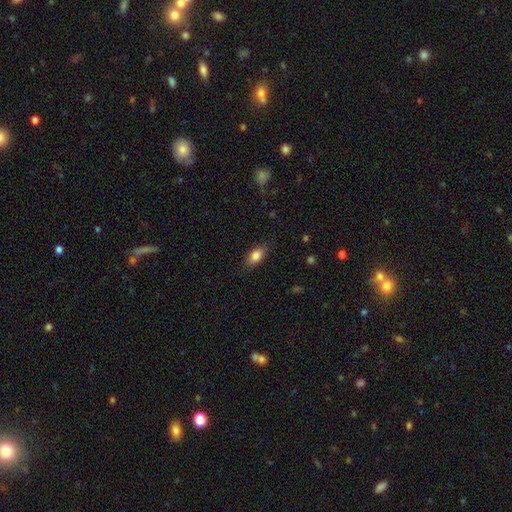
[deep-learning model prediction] A smooth galaxy with no disk features (83%) that is in between round and cigar-shaped (87%).

Vote fractions:
- Smooth or featured? smooth: 83% / featured or disk: 9% / star or artifact: 8%
- How rounded? in between: 87% / round: 8% / cigar-shaped: 5%
- Merging? none: 82% / minor disturbance: 13% / major disturbance: 3% / merger: 1%